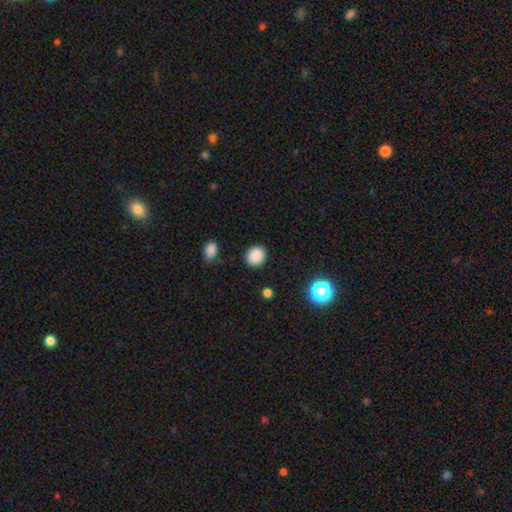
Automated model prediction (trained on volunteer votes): smooth-or-featured: smooth: 88% | star or artifact: 9% | featured or disk: 3%
  how-rounded: round: 73% | in between: 26% | cigar-shaped: 1%
  merging: none: 88% | minor disturbance: 7% | major disturbance: 3% | merger: 2%